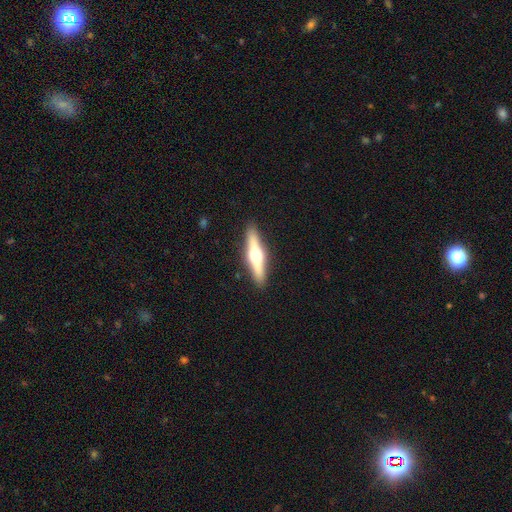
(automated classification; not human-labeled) This appears to be a featured or disk galaxy (64%) viewed edge-on (96%) with a rounded central bulge (95%). Merging: none (91%).